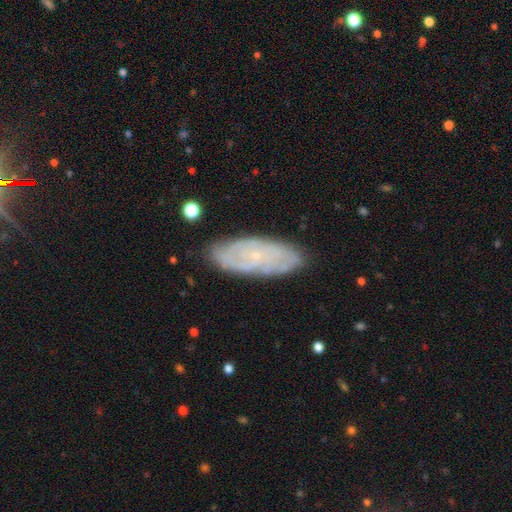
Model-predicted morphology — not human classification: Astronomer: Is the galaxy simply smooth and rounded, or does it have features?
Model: featured or disk — 68%.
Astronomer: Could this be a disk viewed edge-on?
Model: no — 88%.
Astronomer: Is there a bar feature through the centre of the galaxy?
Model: no — 76%.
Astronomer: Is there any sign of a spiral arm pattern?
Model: yes — 83%.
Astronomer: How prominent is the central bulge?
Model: small — 84%.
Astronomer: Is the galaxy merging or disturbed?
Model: none — 82%.